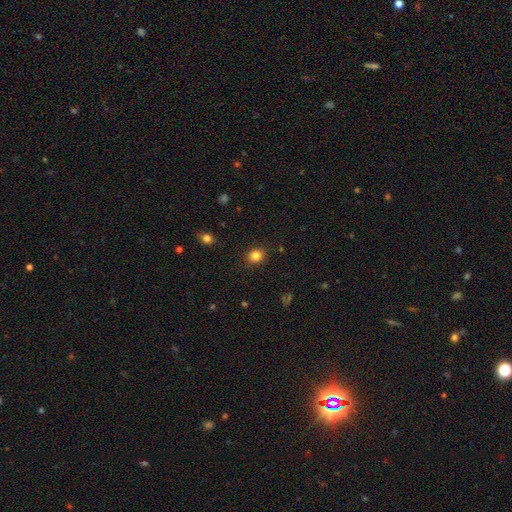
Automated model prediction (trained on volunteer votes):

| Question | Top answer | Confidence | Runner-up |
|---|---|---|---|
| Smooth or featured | smooth | 83% | star or artifact (12%) |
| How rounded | round | 77% | in between (22%) |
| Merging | none | 90% | minor disturbance (7%) |